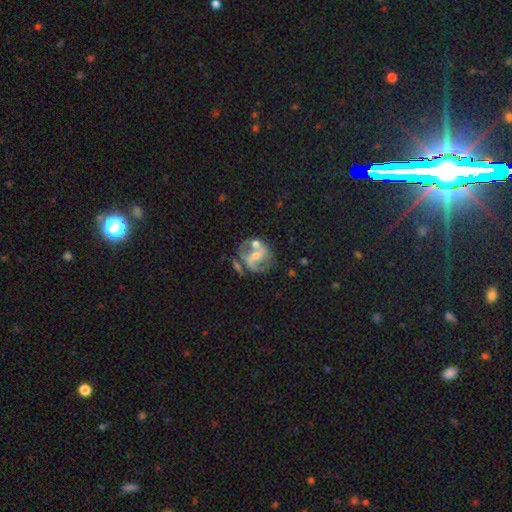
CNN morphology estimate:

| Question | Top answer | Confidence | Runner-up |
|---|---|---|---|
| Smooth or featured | featured or disk | 73% | smooth (19%) |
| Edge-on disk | no | 97% | yes (3%) |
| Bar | weak | 37% | no (32%) |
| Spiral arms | yes | 73% | no (27%) |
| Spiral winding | medium | 44% | loose (36%) |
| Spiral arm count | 2 | 74% | can't tell (13%) |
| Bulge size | small | 45% | moderate (44%) |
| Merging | none | 44% | merger (22%) |